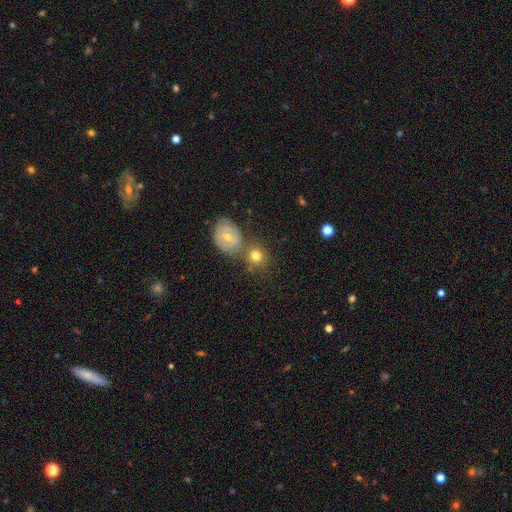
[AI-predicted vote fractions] smooth-or-featured: smooth: 73% | featured or disk: 17% | star or artifact: 10%
  how-rounded: round: 82% | in between: 17% | cigar-shaped: 1%
  merging: none: 57% | merger: 28% | minor disturbance: 11% | major disturbance: 4%